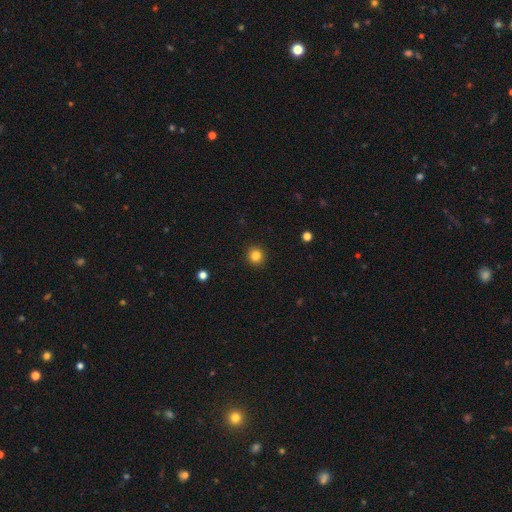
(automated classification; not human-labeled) Smooth or featured: smooth — 84% (star or artifact — 12%)
How rounded: round — 93% (in between — 6%)
Merging: none — 93% (minor disturbance — 5%)